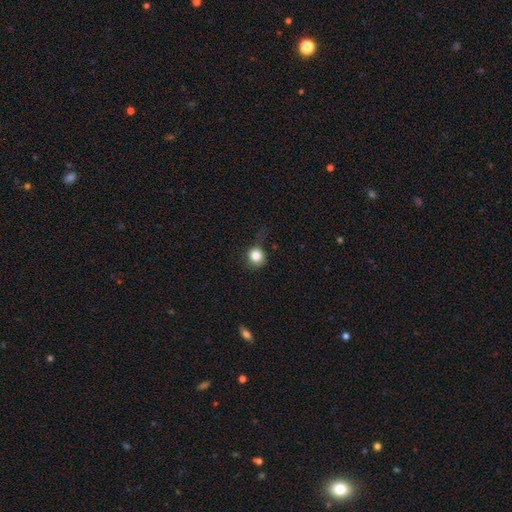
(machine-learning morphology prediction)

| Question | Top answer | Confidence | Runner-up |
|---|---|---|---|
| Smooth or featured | smooth | 83% | star or artifact (11%) |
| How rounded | round | 89% | in between (10%) |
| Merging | none | 67% | minor disturbance (22%) |